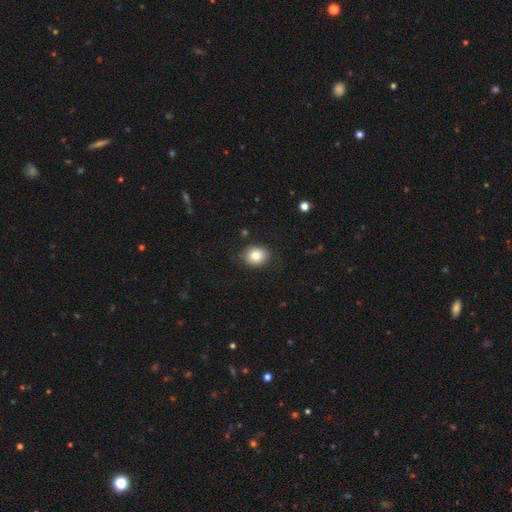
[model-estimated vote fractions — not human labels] Morphology: type=smooth (82%); roundness=round (60%); merging=none (85%).